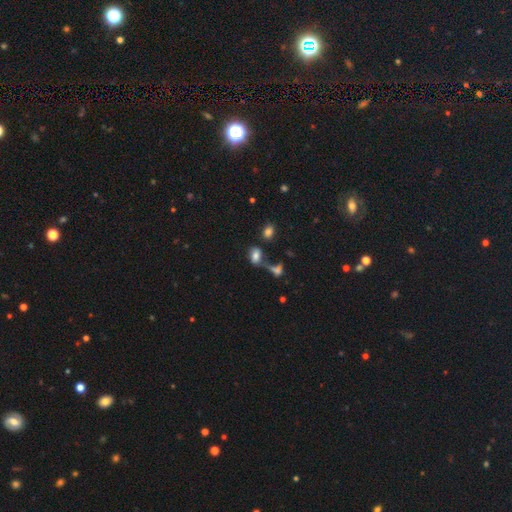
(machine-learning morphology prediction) This is likely a smooth galaxy (76%). How rounded: clearly in between (85%). Merging: marginally none (41%).